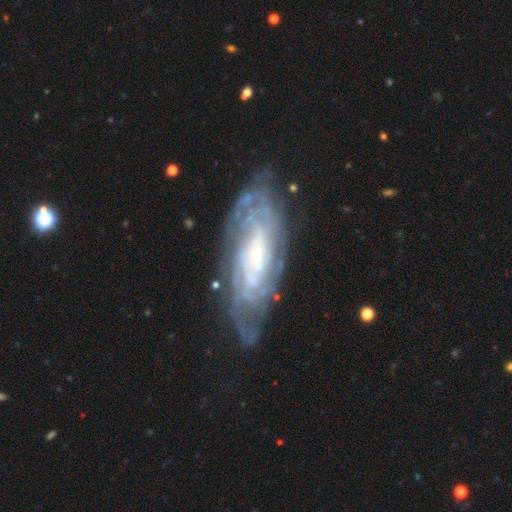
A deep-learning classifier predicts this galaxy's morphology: A featured or disk galaxy (85%) with no bar (68%), tight (77%) spiral arms (93%) and a small central bulge (78%). Merging: none (74%).